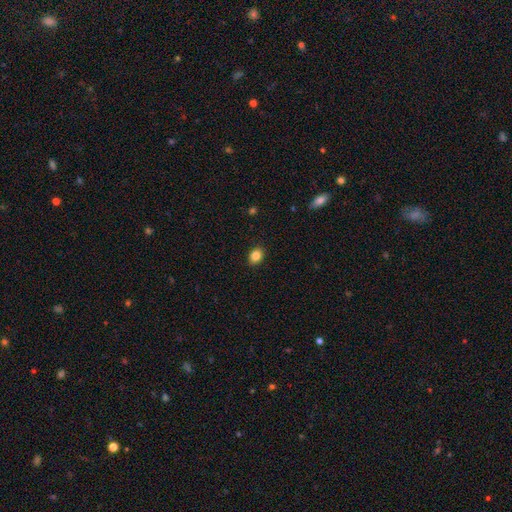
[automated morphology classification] smooth 85%, star or artifact 10%, featured or disk 5%. Down the decision tree: how rounded — in between (59%); merging — none (89%).